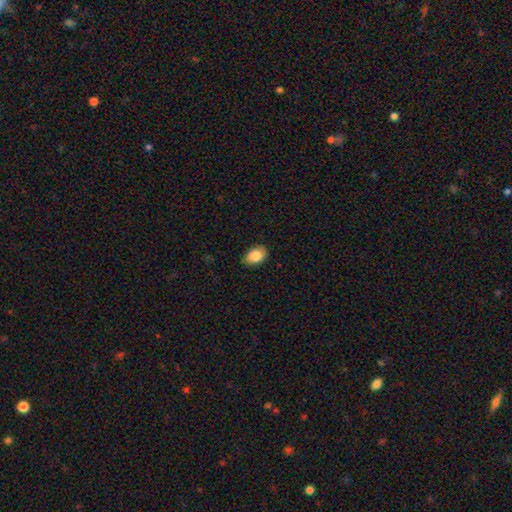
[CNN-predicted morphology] Q: Smooth or featured?
A: smooth (86%); runner-up: star or artifact (8%)
Q: How rounded?
A: in between (80%); runner-up: round (19%)
Q: Merging?
A: none (81%); runner-up: minor disturbance (16%)